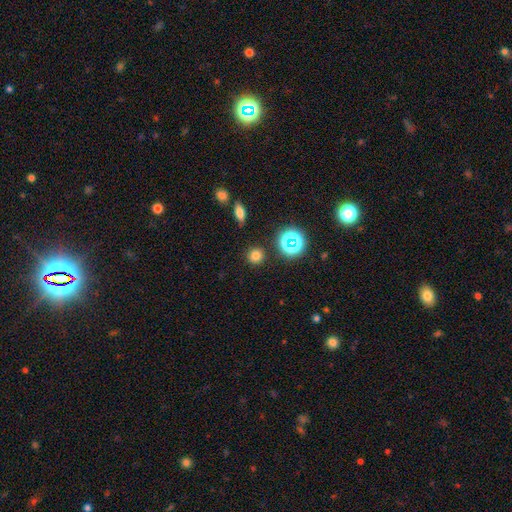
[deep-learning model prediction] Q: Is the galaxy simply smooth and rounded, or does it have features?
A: smooth — 73%.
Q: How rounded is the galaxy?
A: round — 92%.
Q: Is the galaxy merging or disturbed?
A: none — 89%.